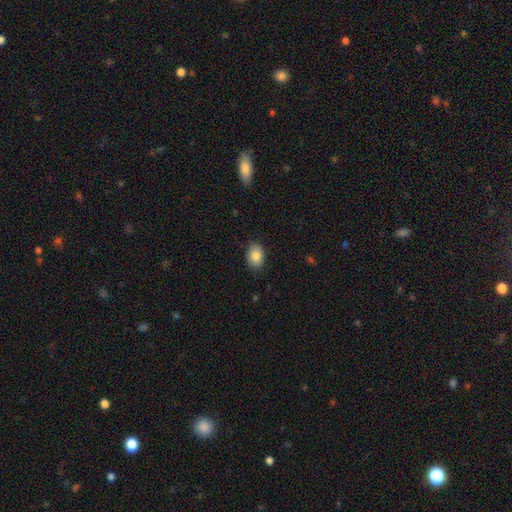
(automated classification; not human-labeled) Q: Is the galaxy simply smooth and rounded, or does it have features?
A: smooth — 85%.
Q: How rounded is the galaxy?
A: in between — 80%.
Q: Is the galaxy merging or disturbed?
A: none — 86%.